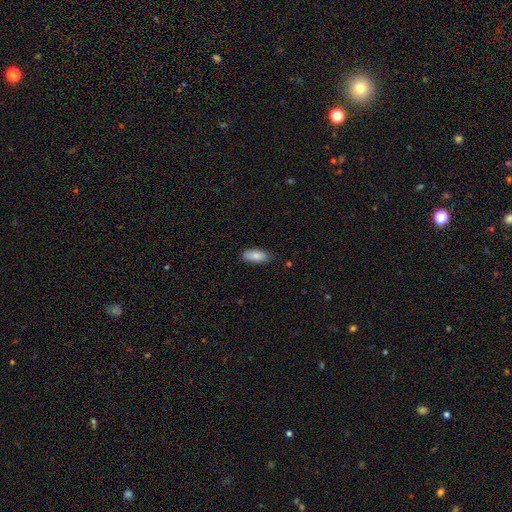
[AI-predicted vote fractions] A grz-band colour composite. It shows a smooth galaxy with no disk features (84%) that is in between round and cigar-shaped (85%). Merging: none (81%).